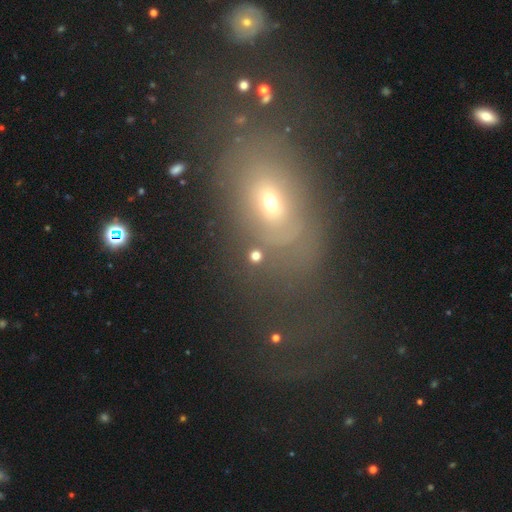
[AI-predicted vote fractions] A smooth galaxy with no disk features (70%) that is round (85%).

Vote fractions:
- Smooth or featured? smooth: 70% / star or artifact: 21% / featured or disk: 9%
- How rounded? round: 85% / in between: 13% / cigar-shaped: 2%
- Merging? none: 81% / minor disturbance: 7% / merger: 7% / major disturbance: 5%